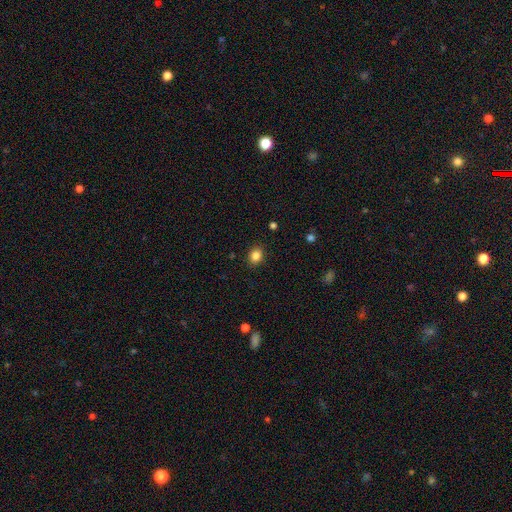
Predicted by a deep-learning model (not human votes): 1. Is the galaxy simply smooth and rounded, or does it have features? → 84% smooth, 11% star or artifact, 5% featured or disk.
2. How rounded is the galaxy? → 61% round, 38% in between, 1% cigar-shaped.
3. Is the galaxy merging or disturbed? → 88% none, 8% minor disturbance, 2% major disturbance, 1% merger.